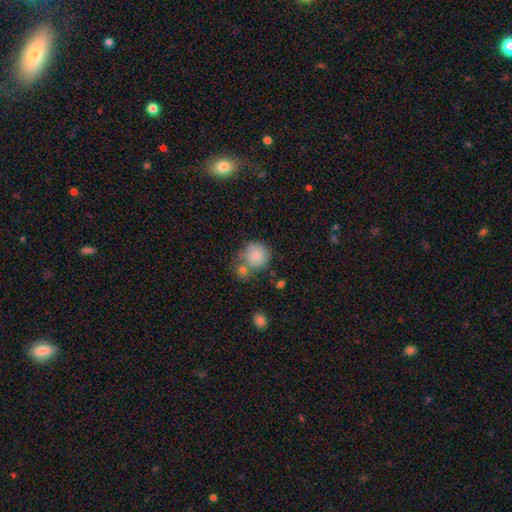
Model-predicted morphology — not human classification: Smooth or featured?
  - smooth: 77% *
  - featured or disk: 15%
  - star or artifact: 8%
How rounded?
  - round: 88% *
  - in between: 11%
  - cigar-shaped: 1%
Merging?
  - none: 50% *
  - merger: 29%
  - minor disturbance: 15%
  - major disturbance: 5%